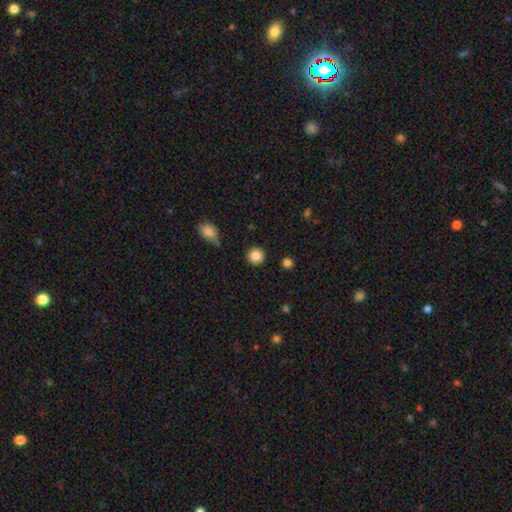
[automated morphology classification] Q: Smooth or featured?
A: smooth (86%); runner-up: star or artifact (10%)
Q: How rounded?
A: round (94%); runner-up: in between (5%)
Q: Merging?
A: none (88%); runner-up: minor disturbance (7%)